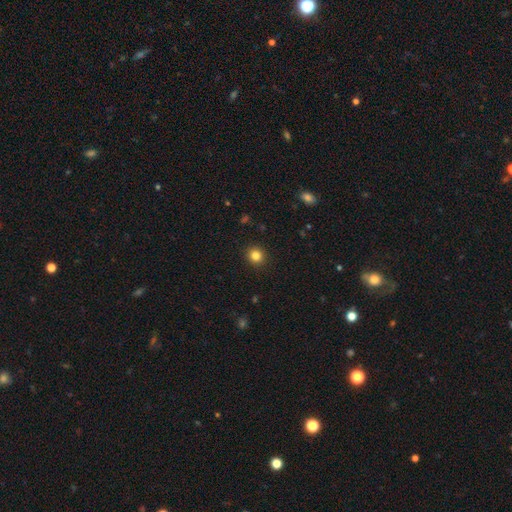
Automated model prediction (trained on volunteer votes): A smooth galaxy with no disk features (83%) that is round (90%). Merging: none (92%).